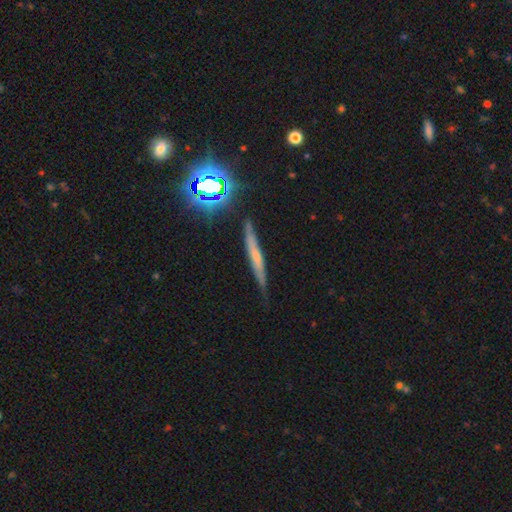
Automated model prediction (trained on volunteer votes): The model was most divided on "smooth or featured": featured or disk: 48%, smooth: 36%, star or artifact: 16%. More confident: merging — none (79%).